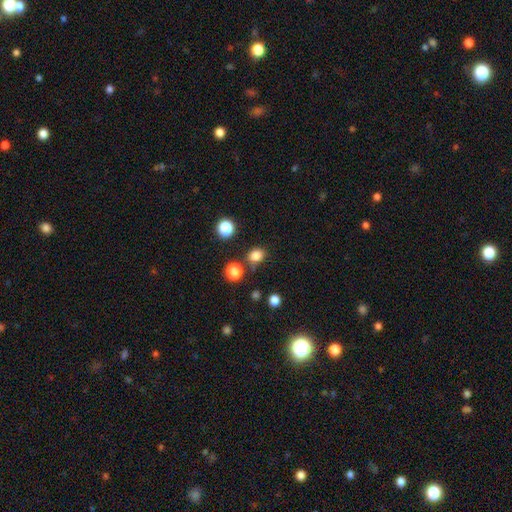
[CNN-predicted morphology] smooth-or-featured: smooth: 82% | star or artifact: 14% | featured or disk: 4%
  how-rounded: round: 57% | in between: 42% | cigar-shaped: 1%
  merging: none: 76% | minor disturbance: 12% | merger: 8% | major disturbance: 4%